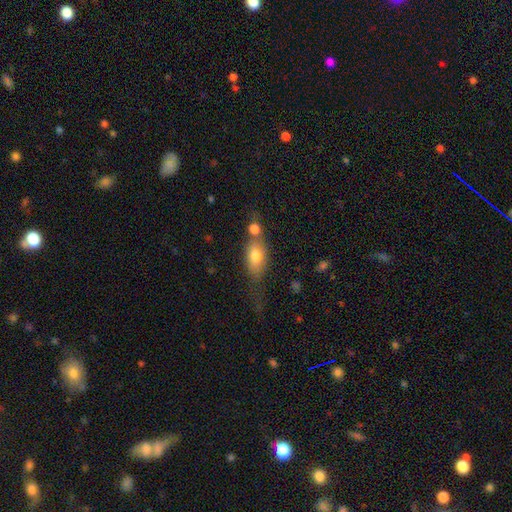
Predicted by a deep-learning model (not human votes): Smooth or featured: smooth — 71% (featured or disk — 21%)
How rounded: in between — 79% (cigar-shaped — 12%)
Merging: none — 38% (merger — 36%)